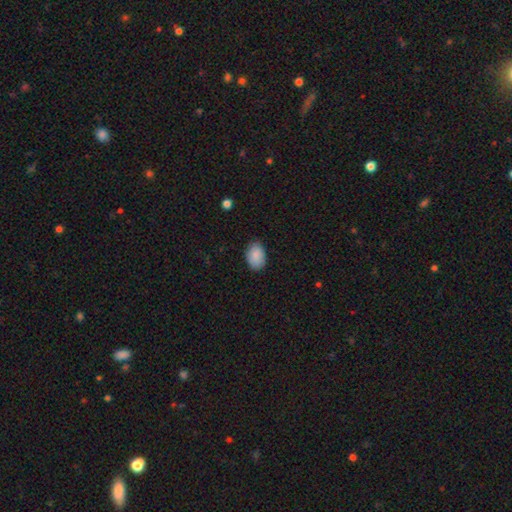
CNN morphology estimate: Smooth or featured? smooth (88%)
How rounded? in between (85%)
Merging? none (84%)